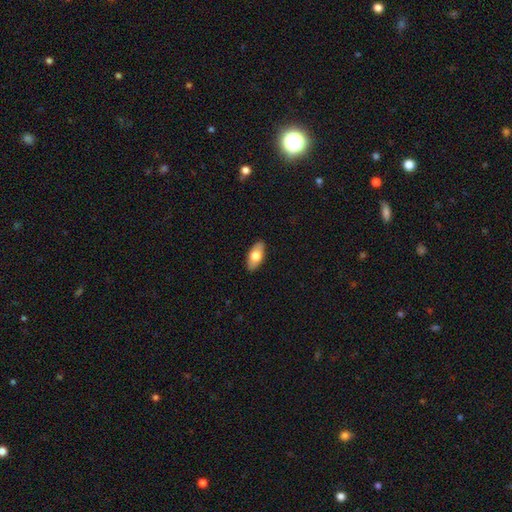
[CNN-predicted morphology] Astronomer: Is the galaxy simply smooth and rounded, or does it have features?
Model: smooth — 71%.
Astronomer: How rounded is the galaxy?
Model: in between — 89%.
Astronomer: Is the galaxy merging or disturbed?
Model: none — 89%.